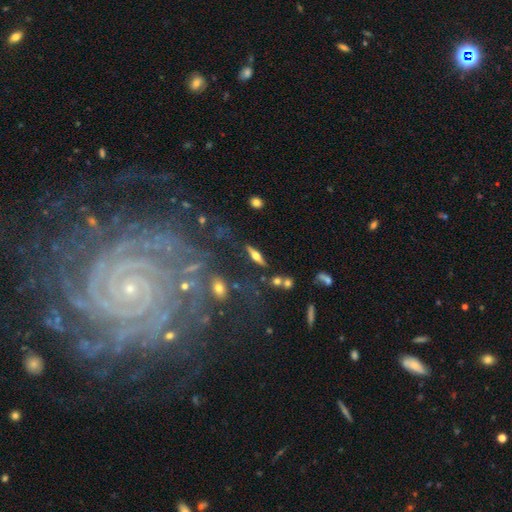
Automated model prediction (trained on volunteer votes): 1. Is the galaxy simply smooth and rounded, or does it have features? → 60% featured or disk, 32% smooth, 8% star or artifact.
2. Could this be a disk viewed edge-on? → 92% yes, 8% no.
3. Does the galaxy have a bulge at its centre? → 92% rounded, 5% boxy, 3% none.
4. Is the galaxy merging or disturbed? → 80% none, 11% minor disturbance, 5% merger, 4% major disturbance.